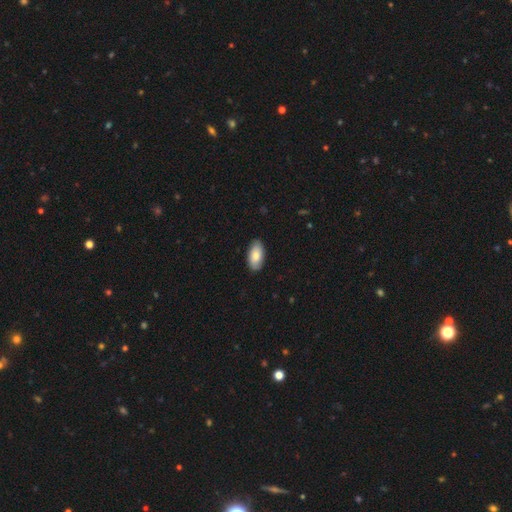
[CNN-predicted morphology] Overall: smooth (80%). How rounded: in between (95%). Merging: none (88%).